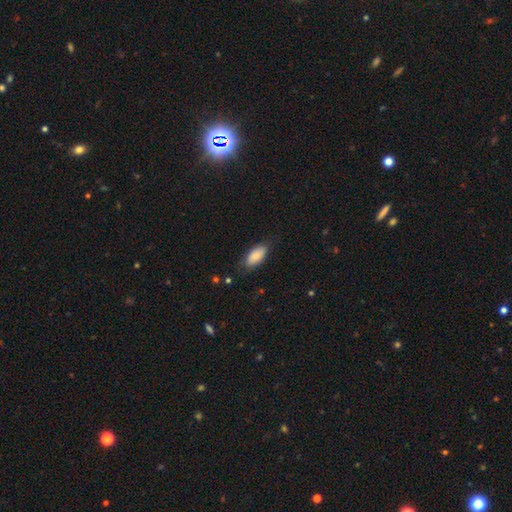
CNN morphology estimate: Smooth or featured? smooth (86%)
How rounded? in between (89%)
Merging? none (76%)